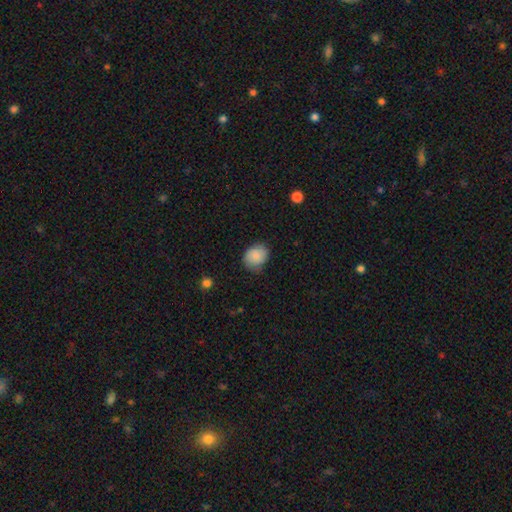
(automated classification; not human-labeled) Smooth or featured? smooth (85%)
How rounded? round (56%)
Merging? none (74%)